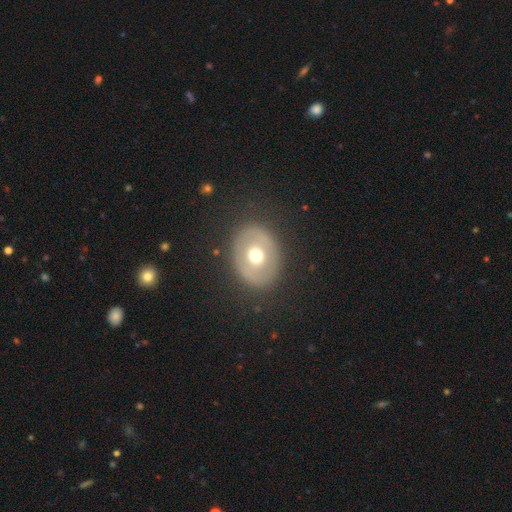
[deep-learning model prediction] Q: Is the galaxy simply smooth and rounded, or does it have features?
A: smooth — 50%.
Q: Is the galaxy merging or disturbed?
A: none — 83%.